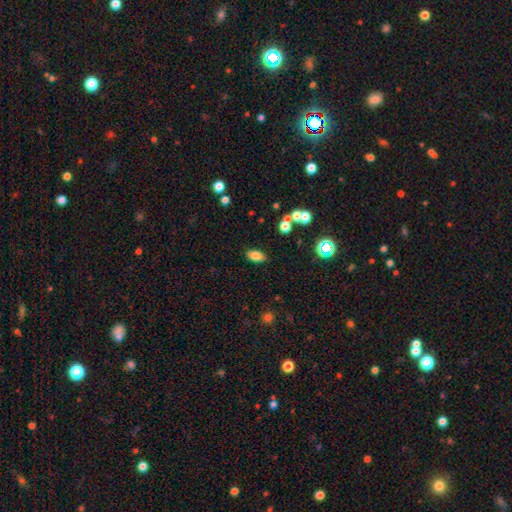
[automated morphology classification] smooth-or-featured: smooth: 79% | star or artifact: 12% | featured or disk: 9%
  how-rounded: in between: 89% | round: 8% | cigar-shaped: 3%
  merging: none: 83% | minor disturbance: 11% | merger: 3% | major disturbance: 3%